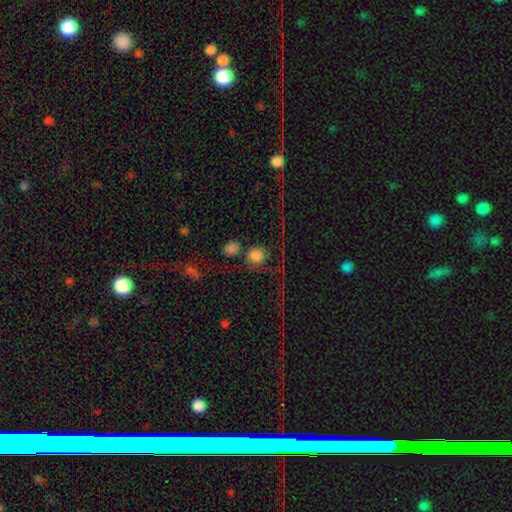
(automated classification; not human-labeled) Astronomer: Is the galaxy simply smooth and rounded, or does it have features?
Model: smooth — 65%.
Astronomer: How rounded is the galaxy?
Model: round — 89%.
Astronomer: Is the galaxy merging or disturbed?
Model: none — 60%.